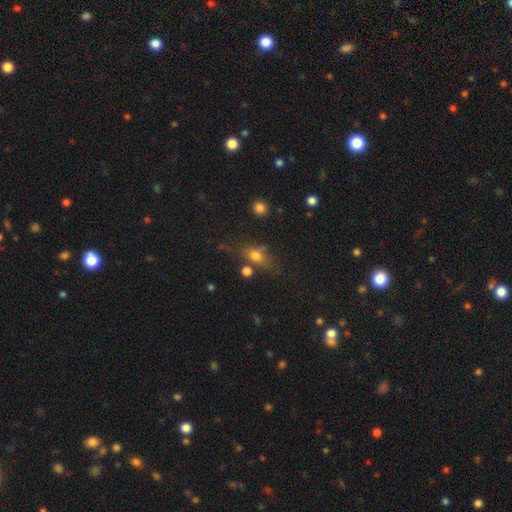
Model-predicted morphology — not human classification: smooth 72%, star or artifact 14%, featured or disk 14%. Down the decision tree: how rounded — in between (69%); merging — none (59%).